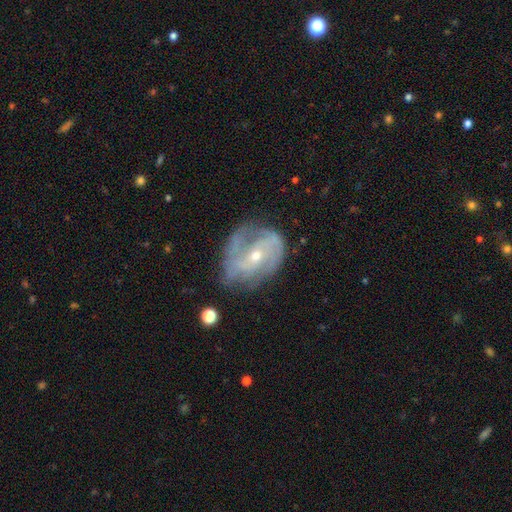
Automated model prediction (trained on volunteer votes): Q: Smooth or featured?
A: featured or disk (83%); runner-up: smooth (11%)
Q: Edge-on disk?
A: no (96%); runner-up: yes (4%)
Q: Bar?
A: no (42%); runner-up: weak (39%)
Q: Spiral arms?
A: yes (90%); runner-up: no (10%)
Q: Spiral winding?
A: medium (44%); runner-up: tight (34%)
Q: Spiral arm count?
A: 2 (58%); runner-up: can't tell (20%)
Q: Bulge size?
A: small (60%); runner-up: moderate (37%)
Q: Merging?
A: none (57%); runner-up: minor disturbance (26%)